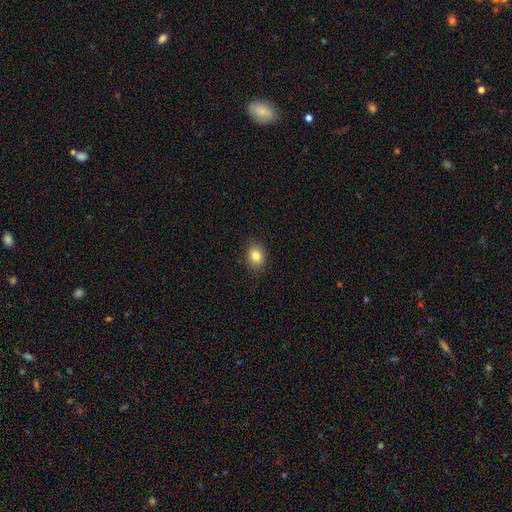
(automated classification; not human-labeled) smooth 83%, star or artifact 10%, featured or disk 7%. Down the decision tree: how rounded — in between (60%); merging — none (87%).